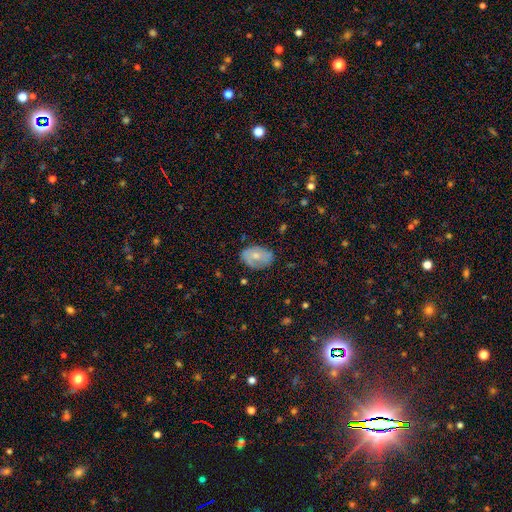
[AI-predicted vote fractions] Overall: smooth (55%; featured or disk 37%). How rounded: in between (81%). Merging: none (71%).